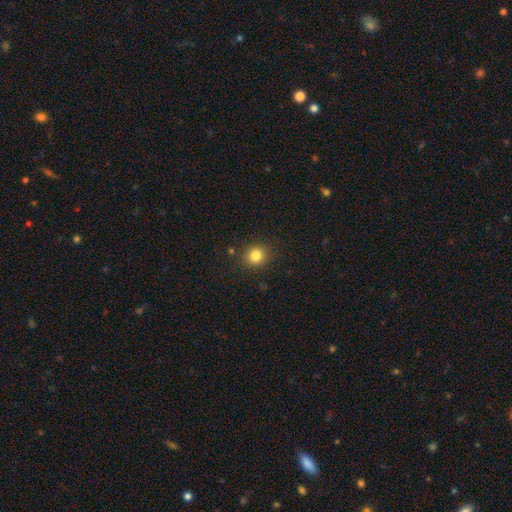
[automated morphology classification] smooth_or_featured: smooth (p=0.83) [alt: star or artifact p=0.12]
how_rounded: round (p=0.85) [alt: in between p=0.14]
merging: none (p=0.88) [alt: minor disturbance p=0.08]